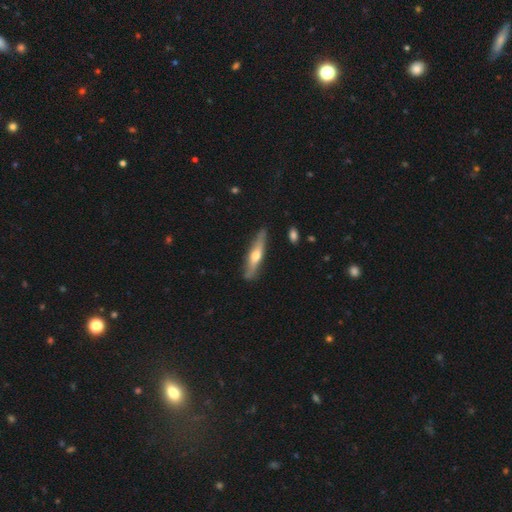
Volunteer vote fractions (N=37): This is possibly a featured or disk galaxy (57%). It is clearly viewed edge-on (90%). Edge-on bulge: clearly rounded (95%). Merging: clearly none (89%).